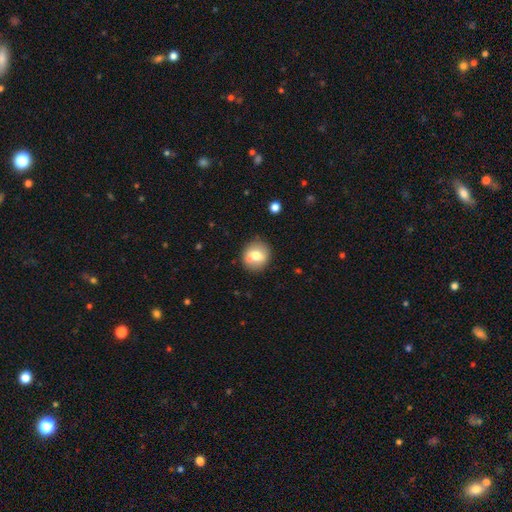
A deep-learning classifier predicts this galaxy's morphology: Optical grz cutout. It shows a smooth galaxy with no disk features (68%) that is round (83%). Merging: none (77%).